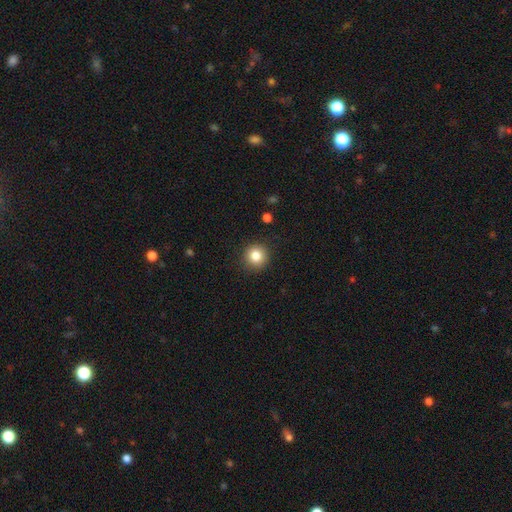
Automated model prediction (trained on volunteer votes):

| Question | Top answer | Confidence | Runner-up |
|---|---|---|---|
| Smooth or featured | smooth | 83% | star or artifact (11%) |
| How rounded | round | 93% | in between (6%) |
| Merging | none | 91% | minor disturbance (6%) |